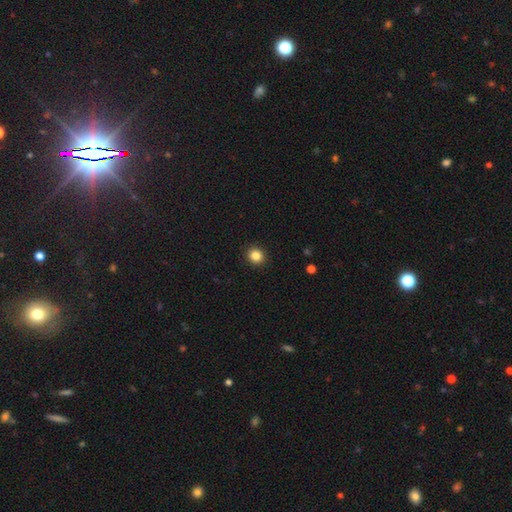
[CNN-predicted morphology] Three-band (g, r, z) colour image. It shows a smooth galaxy with no disk features (85%) that is round (86%). Merging: none (92%).